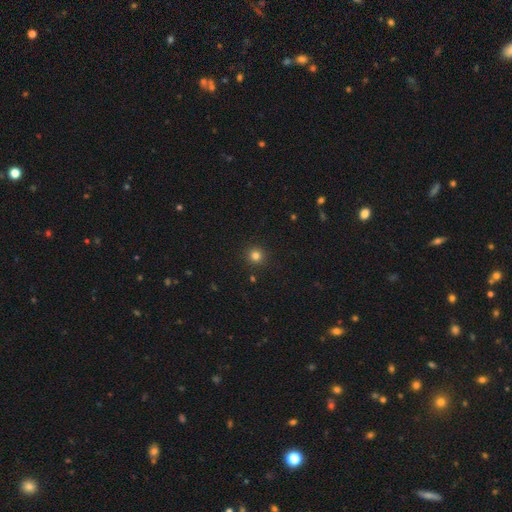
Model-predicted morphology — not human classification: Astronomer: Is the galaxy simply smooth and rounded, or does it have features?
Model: smooth — 81%.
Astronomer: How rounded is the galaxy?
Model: round — 95%.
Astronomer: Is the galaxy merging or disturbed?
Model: none — 92%.